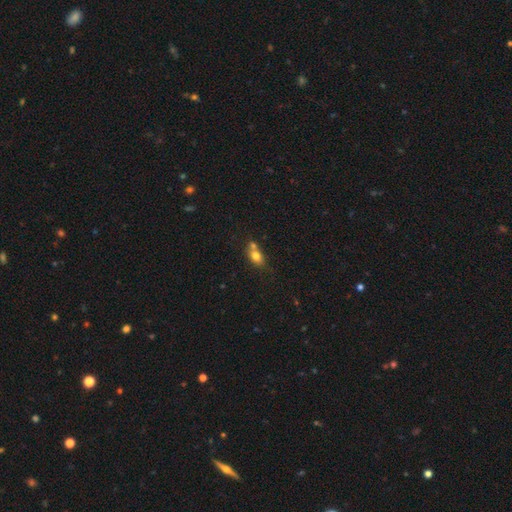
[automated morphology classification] A smooth galaxy with no disk features (77%) that is in between round and cigar-shaped (73%).

Vote fractions:
- Smooth or featured? smooth: 77% / featured or disk: 13% / star or artifact: 10%
- How rounded? in between: 73% / round: 24% / cigar-shaped: 3%
- Merging? none: 44% / merger: 38% / minor disturbance: 14% / major disturbance: 4%